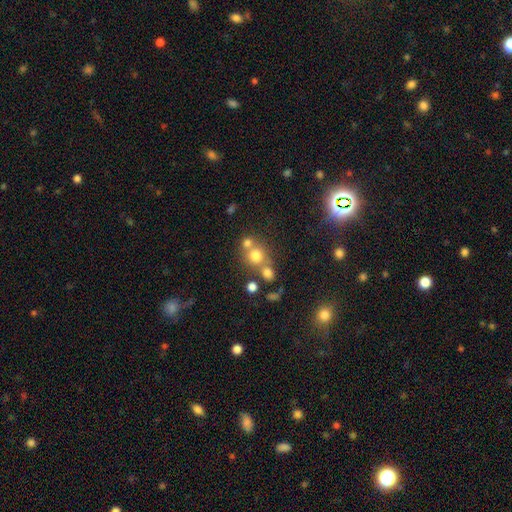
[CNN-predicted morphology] Smooth or featured? Predicted: smooth (p=0.71). How rounded? Predicted: round (p=0.86). Merging? Predicted: none (p=0.51).